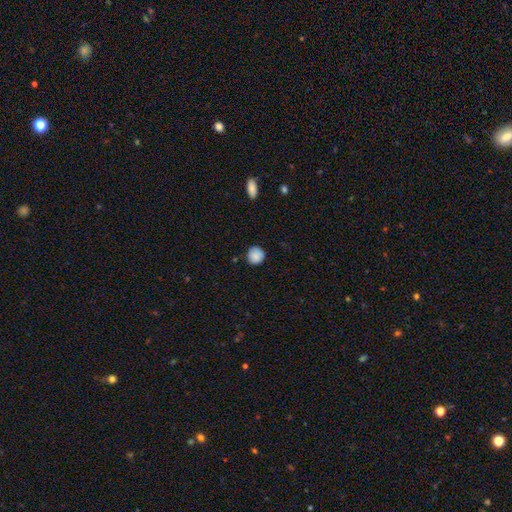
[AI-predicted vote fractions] The model was most divided on "merging": none: 84%, minor disturbance: 13%, major disturbance: 2%, merger: 1%. More confident: how rounded — round (91%); smooth or featured — smooth (87%).